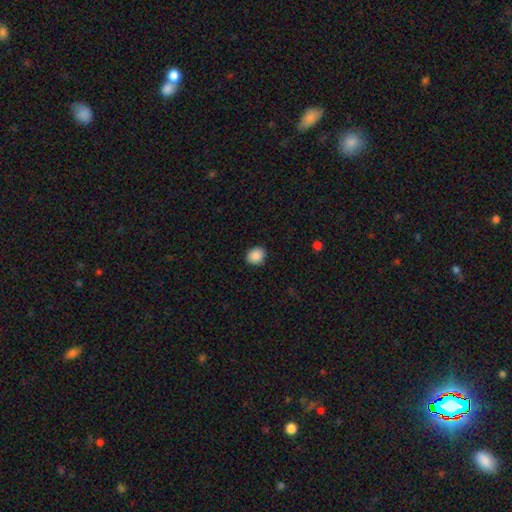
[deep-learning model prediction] smooth 89%, star or artifact 8%, featured or disk 3%. Down the decision tree: how rounded — round (66%); merging — none (88%).